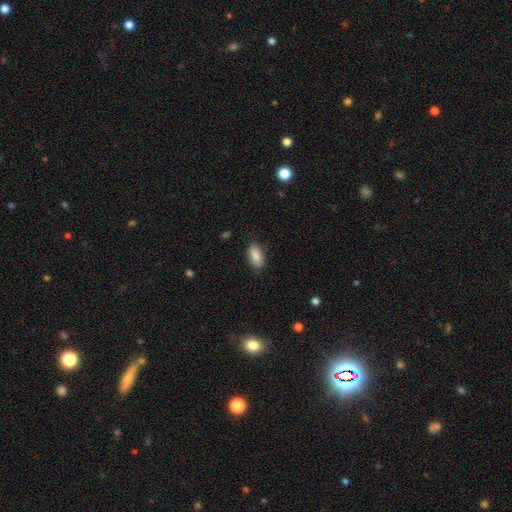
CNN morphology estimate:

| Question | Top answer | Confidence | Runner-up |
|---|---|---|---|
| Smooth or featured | smooth | 86% | star or artifact (7%) |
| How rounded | in between | 90% | cigar-shaped (6%) |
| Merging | none | 81% | minor disturbance (15%) |